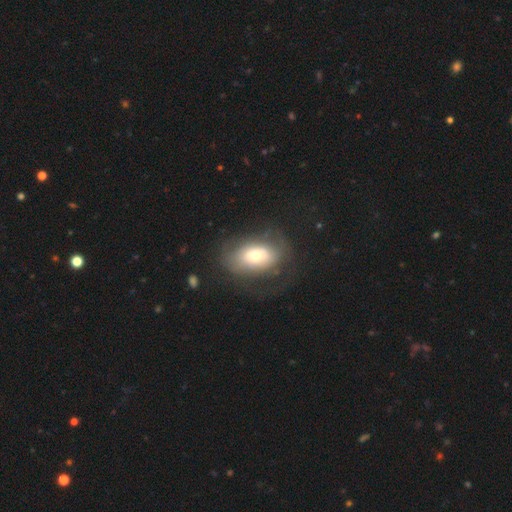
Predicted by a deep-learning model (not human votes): Morphology: type=smooth (54%); roundness=in between (82%); merging=none (56%).